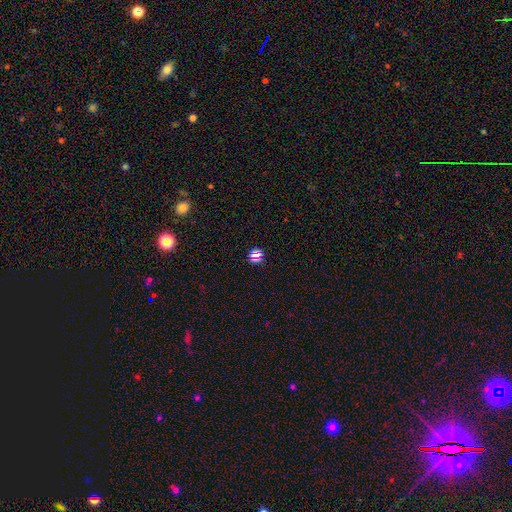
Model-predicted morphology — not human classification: This is possibly a star or artifact rather than a galaxy (57%).